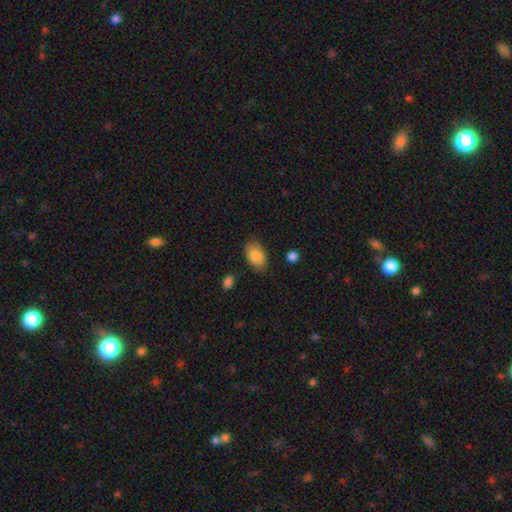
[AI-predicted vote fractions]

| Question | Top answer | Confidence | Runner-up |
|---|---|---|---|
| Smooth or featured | smooth | 86% | featured or disk (8%) |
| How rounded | in between | 91% | round (8%) |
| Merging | none | 82% | minor disturbance (13%) |